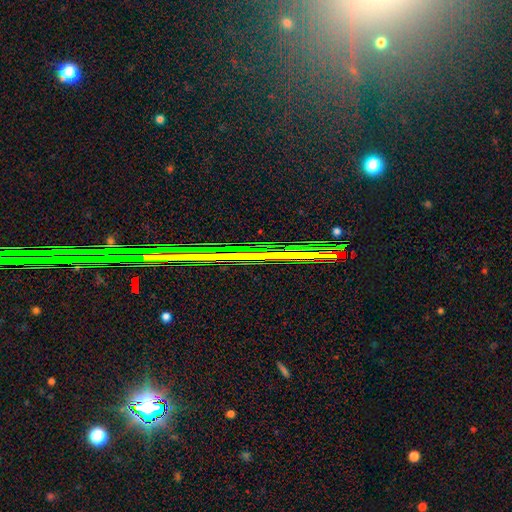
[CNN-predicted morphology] smooth_or_featured: star or artifact (p=0.62) [alt: featured or disk p=0.22]